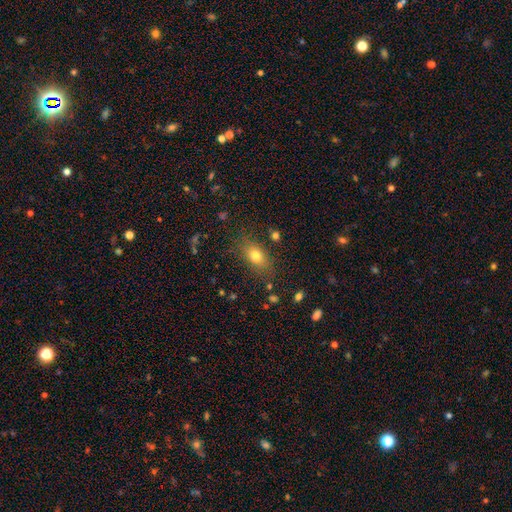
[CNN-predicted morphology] Smooth or featured?
  - smooth: 76% *
  - star or artifact: 12%
  - featured or disk: 12%
How rounded?
  - in between: 78% *
  - round: 18%
  - cigar-shaped: 5%
Merging?
  - none: 80% *
  - minor disturbance: 13%
  - major disturbance: 4%
  - merger: 2%